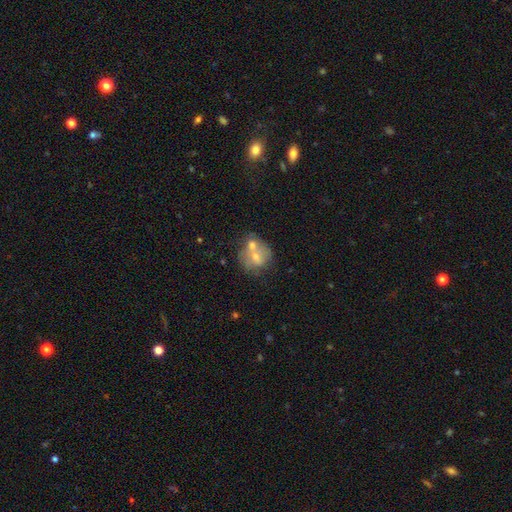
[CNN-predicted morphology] Smooth or featured? Predicted: smooth (p=0.50). How rounded? Predicted: round (p=0.68). Merging? Predicted: merger (p=0.51).